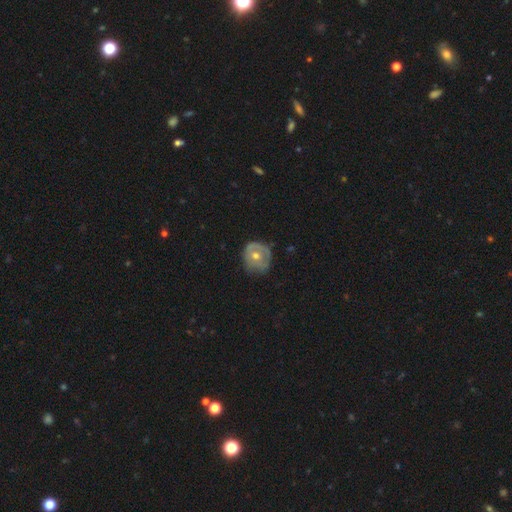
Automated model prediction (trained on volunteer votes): The model was most divided on "smooth or featured": featured or disk: 52%, smooth: 40%, star or artifact: 8%. More confident: edge-on disk — no (96%); merging — none (63%).